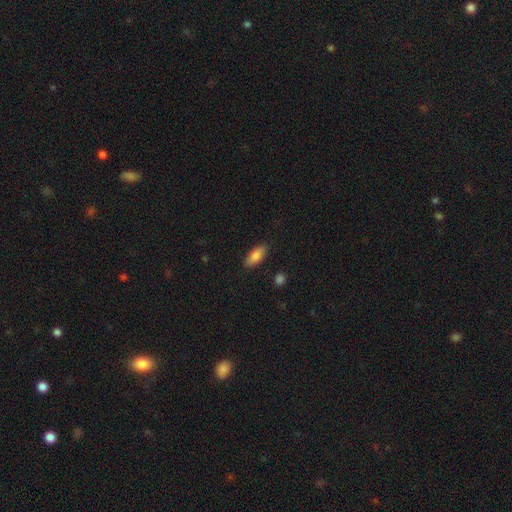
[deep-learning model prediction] This appears to be a smooth galaxy with no disk features (82%) that is in between round and cigar-shaped (81%). Merging: none (86%).